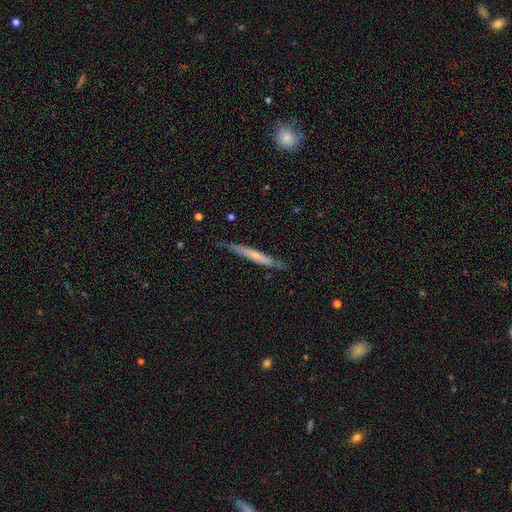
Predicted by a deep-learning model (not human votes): smooth_or_featured: smooth (p=0.50) [alt: featured or disk p=0.44]
merging: none (p=0.79) [alt: minor disturbance p=0.17]